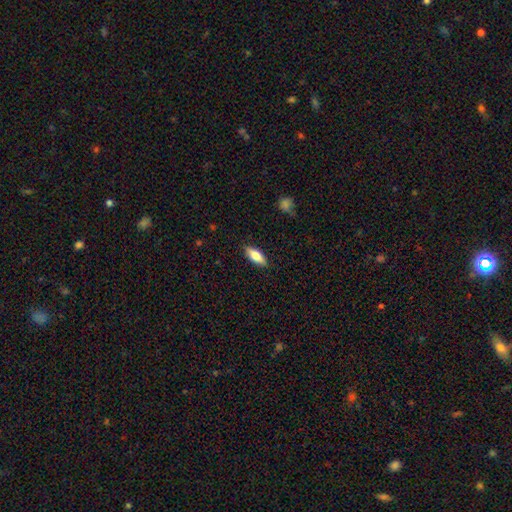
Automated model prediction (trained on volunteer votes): Smooth or featured? smooth (72%)
How rounded? in between (75%)
Merging? none (87%)